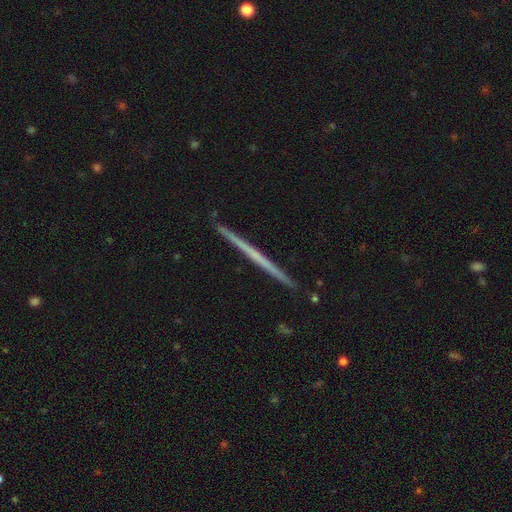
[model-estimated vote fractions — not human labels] Smooth or featured? featured or disk (65%)
Edge-on disk? yes (98%)
Edge-on bulge? none (87%)
Merging? none (93%)